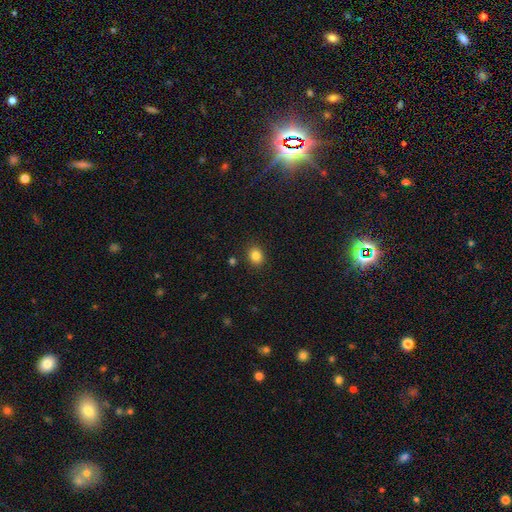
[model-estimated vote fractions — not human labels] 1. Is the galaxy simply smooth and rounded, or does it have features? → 84% smooth, 11% star or artifact, 6% featured or disk.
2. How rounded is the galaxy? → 60% round, 40% in between, 1% cigar-shaped.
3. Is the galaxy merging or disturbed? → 88% none, 8% minor disturbance, 2% major disturbance, 2% merger.